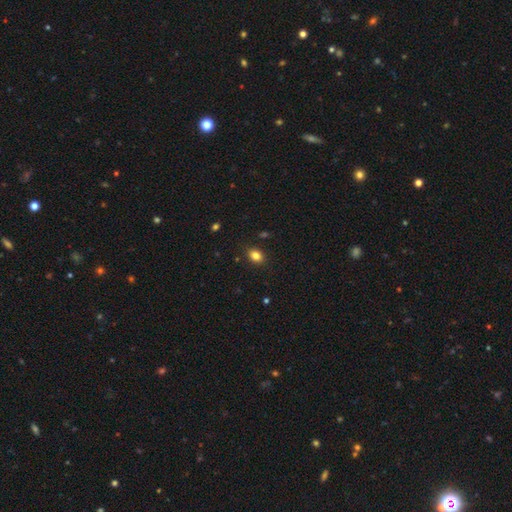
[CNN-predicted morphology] smooth-or-featured: smooth: 83% | star or artifact: 11% | featured or disk: 6%
  how-rounded: in between: 66% | round: 33% | cigar-shaped: 1%
  merging: none: 87% | minor disturbance: 9% | major disturbance: 2% | merger: 2%